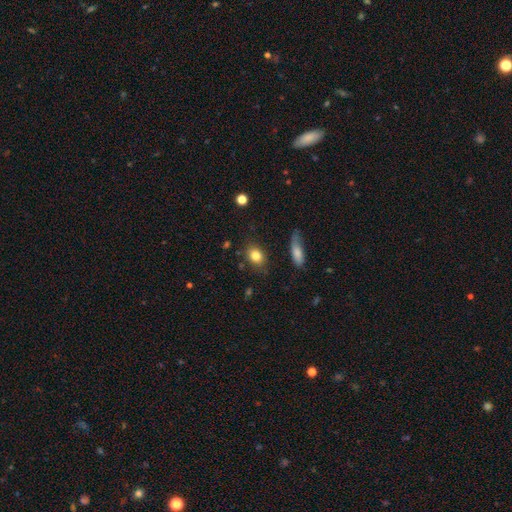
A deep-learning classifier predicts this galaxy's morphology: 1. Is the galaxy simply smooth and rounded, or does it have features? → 83% smooth, 9% star or artifact, 8% featured or disk.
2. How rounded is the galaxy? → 67% in between, 30% round, 3% cigar-shaped.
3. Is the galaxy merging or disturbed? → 81% none, 13% minor disturbance, 3% major disturbance, 3% merger.